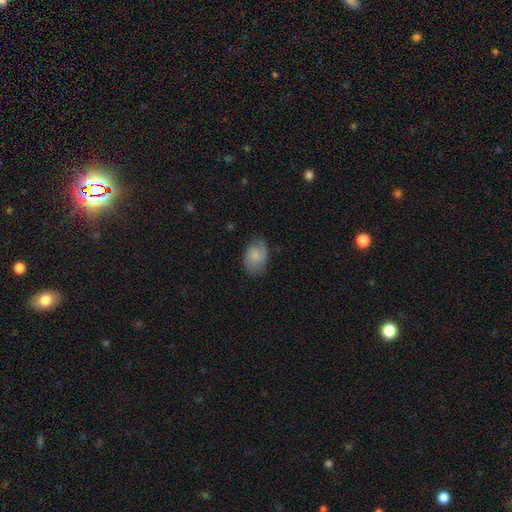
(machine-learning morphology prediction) Smooth or featured?
  - smooth: 57% *
  - featured or disk: 36%
  - star or artifact: 7%
How rounded?
  - in between: 80% *
  - round: 19%
  - cigar-shaped: 1%
Merging?
  - none: 69% *
  - minor disturbance: 24%
  - major disturbance: 7%
  - merger: 1%